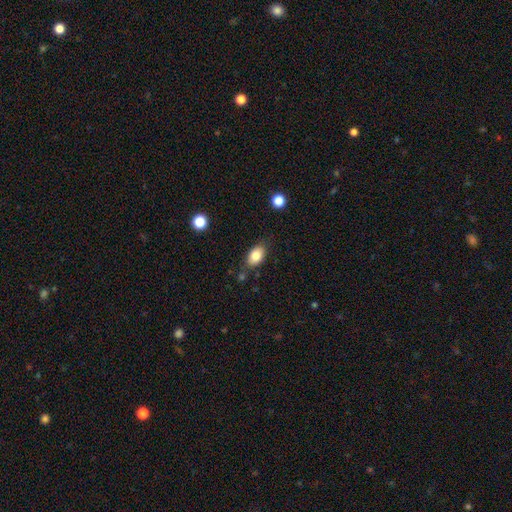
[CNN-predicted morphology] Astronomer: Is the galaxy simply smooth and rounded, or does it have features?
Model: smooth — 83%.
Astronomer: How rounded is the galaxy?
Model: in between — 87%.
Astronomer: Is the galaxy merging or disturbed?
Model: none — 78%.